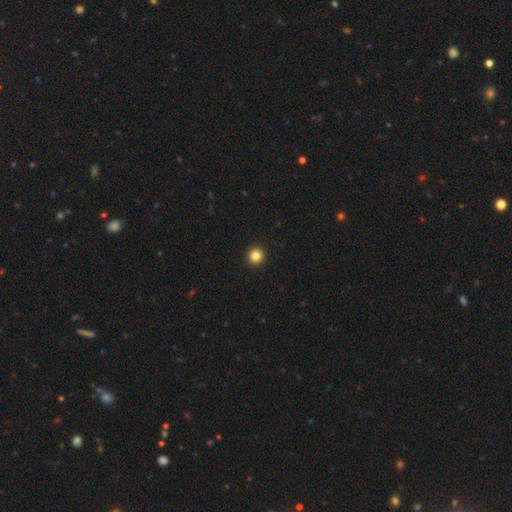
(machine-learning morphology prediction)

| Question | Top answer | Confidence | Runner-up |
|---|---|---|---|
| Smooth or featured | smooth | 84% | star or artifact (11%) |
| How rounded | round | 95% | in between (5%) |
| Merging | none | 94% | minor disturbance (4%) |